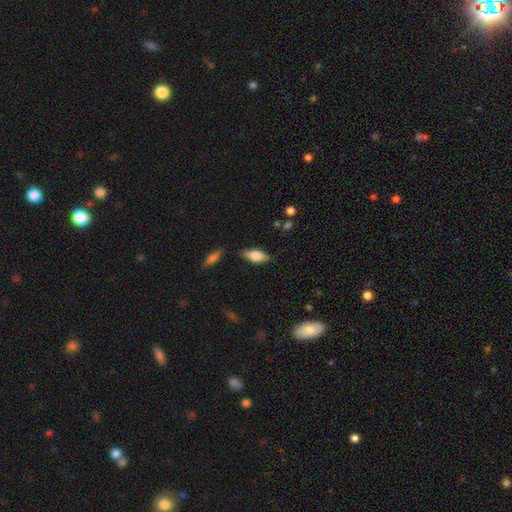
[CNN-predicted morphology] Smooth or featured: smooth — 73% (featured or disk — 21%)
How rounded: in between — 76% (cigar-shaped — 22%)
Merging: none — 80% (minor disturbance — 14%)